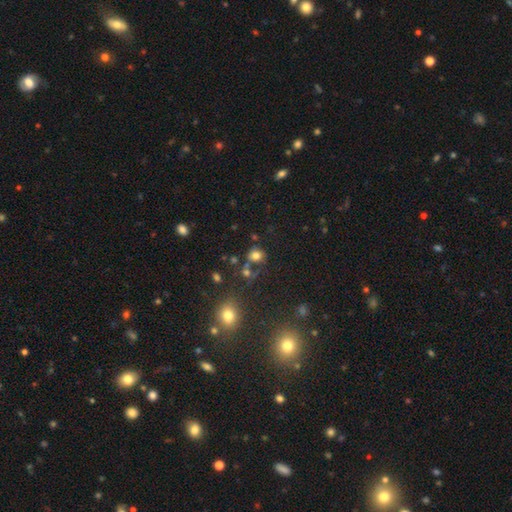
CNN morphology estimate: type=smooth (74%); roundness=round (72%); merging=none (60%).